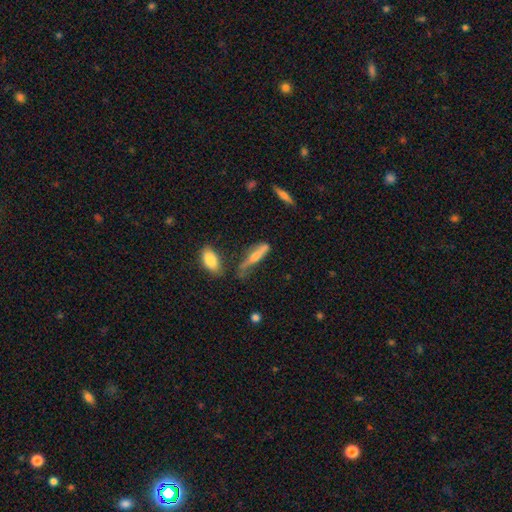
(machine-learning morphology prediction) This appears to be a smooth galaxy with no disk features (48%). Merging: none (46%).